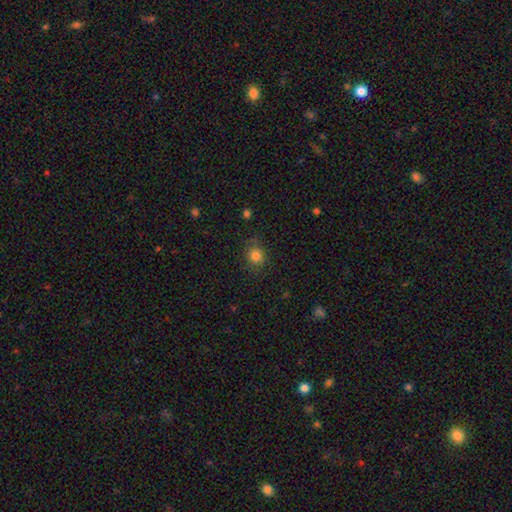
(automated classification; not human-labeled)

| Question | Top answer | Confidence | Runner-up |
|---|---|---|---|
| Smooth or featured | smooth | 82% | star or artifact (12%) |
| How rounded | round | 77% | in between (22%) |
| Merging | none | 81% | minor disturbance (13%) |